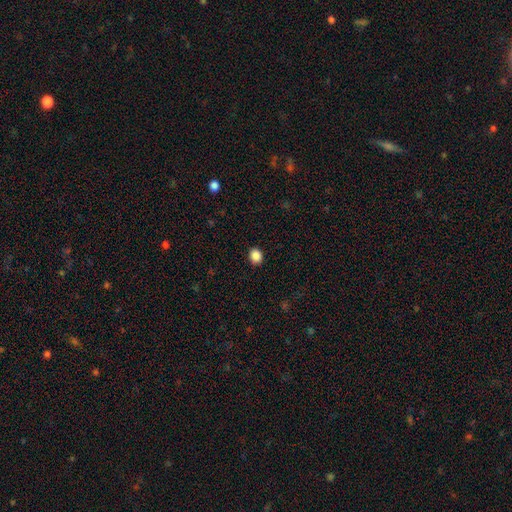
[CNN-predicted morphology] Smooth or featured? Predicted: smooth (p=0.88). How rounded? Predicted: round (p=0.60). Merging? Predicted: none (p=0.90).